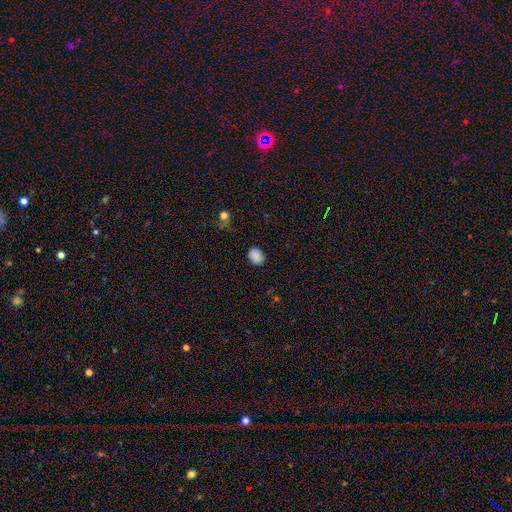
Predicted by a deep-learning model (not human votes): This is clearly a smooth galaxy (86%). How rounded: likely in between (61%). Merging: clearly none (84%).